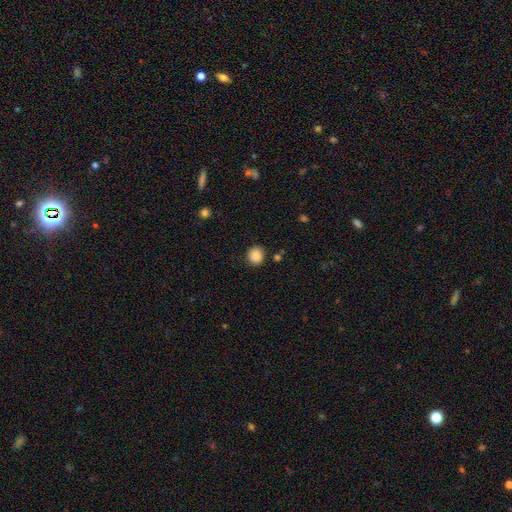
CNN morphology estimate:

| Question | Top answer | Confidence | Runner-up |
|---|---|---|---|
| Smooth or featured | smooth | 87% | star or artifact (9%) |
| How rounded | round | 85% | in between (15%) |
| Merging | none | 88% | minor disturbance (8%) |